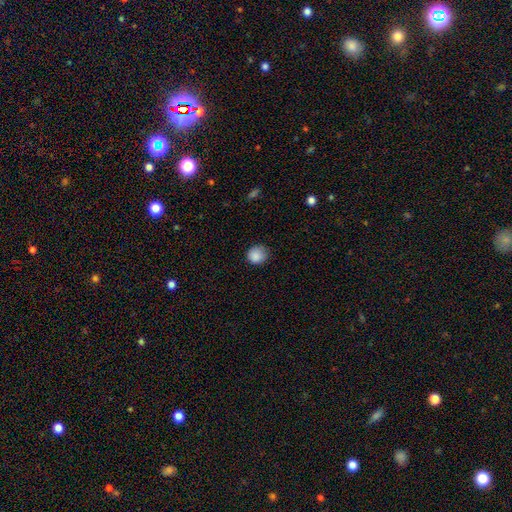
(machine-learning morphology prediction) Smooth or featured? Predicted: smooth (p=0.88). How rounded? Predicted: round (p=0.88). Merging? Predicted: none (p=0.77).